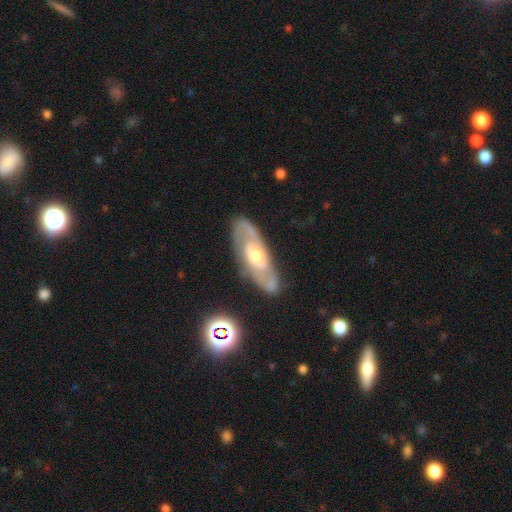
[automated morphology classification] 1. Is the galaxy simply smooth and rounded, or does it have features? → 74% featured or disk, 20% smooth, 6% star or artifact.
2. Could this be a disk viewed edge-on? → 83% no, 17% yes.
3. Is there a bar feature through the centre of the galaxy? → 56% no, 33% weak, 11% strong.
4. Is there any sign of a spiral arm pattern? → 73% yes, 27% no.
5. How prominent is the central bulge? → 65% moderate, 22% small, 11% large, 1% none, 1% dominant.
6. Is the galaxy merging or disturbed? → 79% none, 14% minor disturbance, 4% major disturbance, 2% merger.